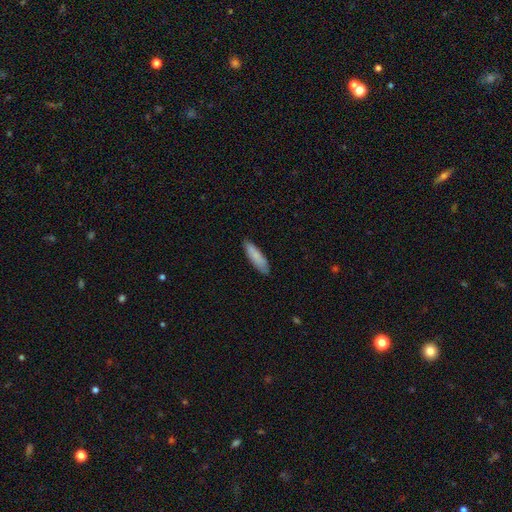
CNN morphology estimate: The model was most divided on "how rounded": cigar-shaped: 67%, in between: 31%, round: 1%. More confident: merging — none (85%); smooth or featured — smooth (82%).